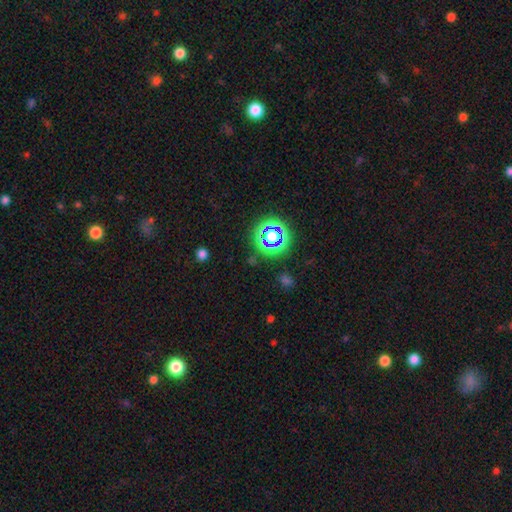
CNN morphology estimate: Smooth or featured? star or artifact (71%)